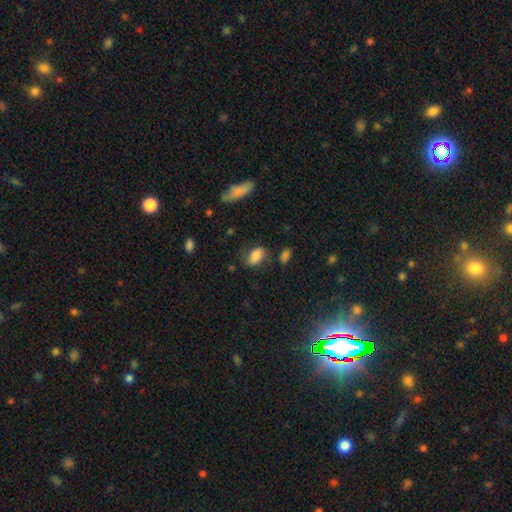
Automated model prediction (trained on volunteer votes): Morphology: type=smooth (75%); roundness=in between (88%); merging=none (64%).